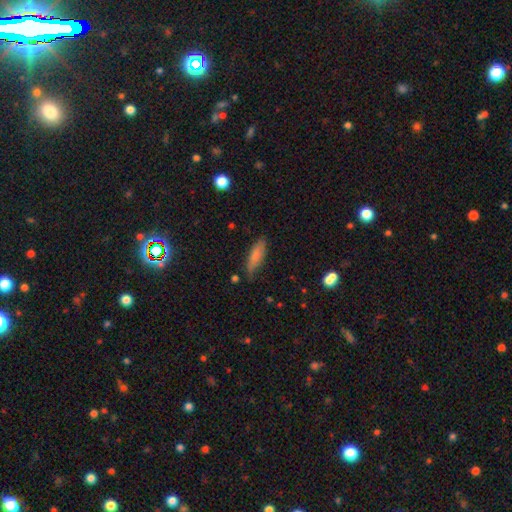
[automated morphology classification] smooth-or-featured: smooth: 79% | featured or disk: 14% | star or artifact: 7%
  how-rounded: cigar-shaped: 56% | in between: 42% | round: 2%
  merging: none: 74% | minor disturbance: 20% | major disturbance: 4% | merger: 2%